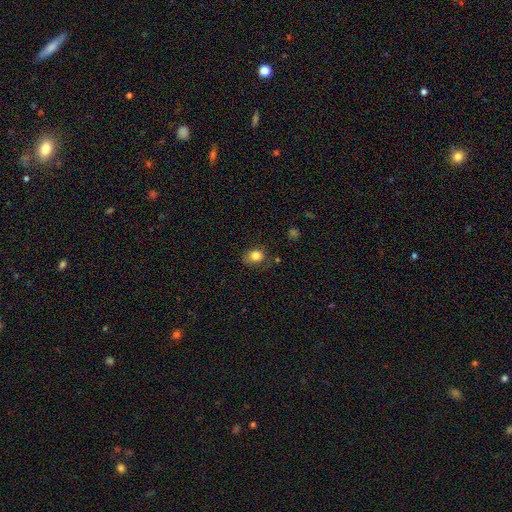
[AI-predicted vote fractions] This is clearly a smooth galaxy (82%). How rounded: possibly round (54%). Merging: likely none (71%).